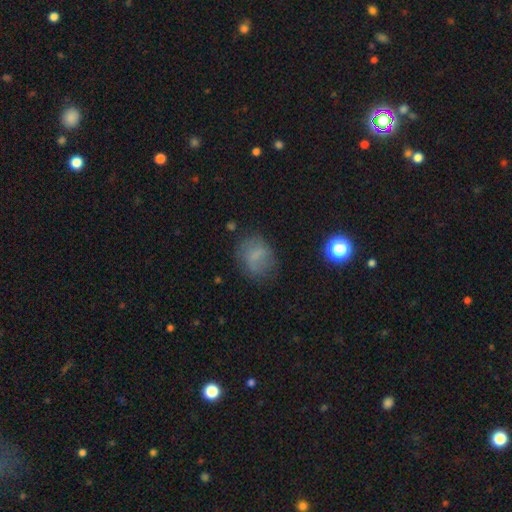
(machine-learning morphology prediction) Smooth or featured?
  - smooth: 64% *
  - featured or disk: 21%
  - star or artifact: 15%
How rounded?
  - round: 53% *
  - in between: 45%
  - cigar-shaped: 2%
Merging?
  - none: 67% *
  - minor disturbance: 20%
  - major disturbance: 10%
  - merger: 2%